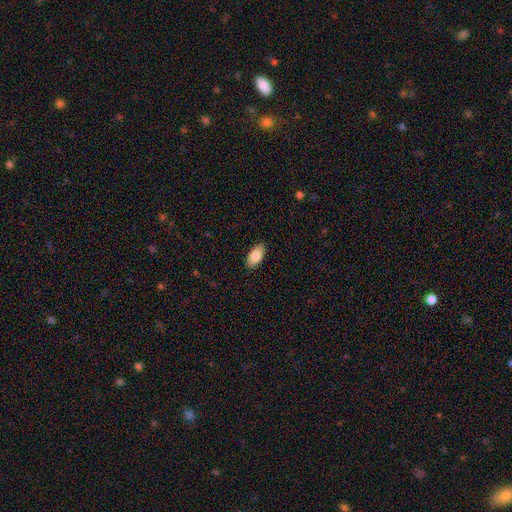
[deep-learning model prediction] Q: Smooth or featured?
A: smooth (83%); runner-up: featured or disk (11%)
Q: How rounded?
A: in between (94%); runner-up: cigar-shaped (3%)
Q: Merging?
A: none (88%); runner-up: minor disturbance (9%)